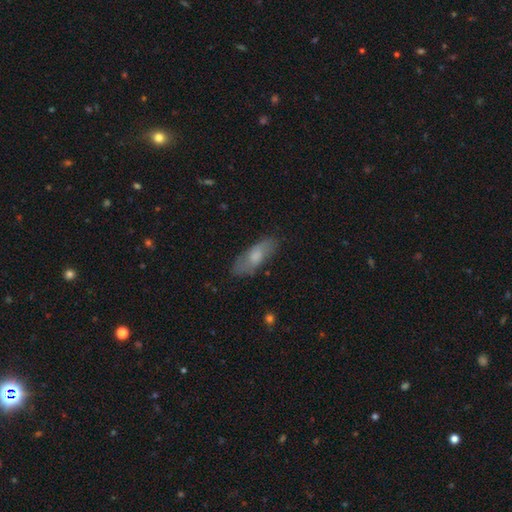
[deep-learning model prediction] Smooth or featured: smooth — 64% (featured or disk — 30%)
How rounded: in between — 66% (cigar-shaped — 32%)
Merging: none — 76% (minor disturbance — 18%)